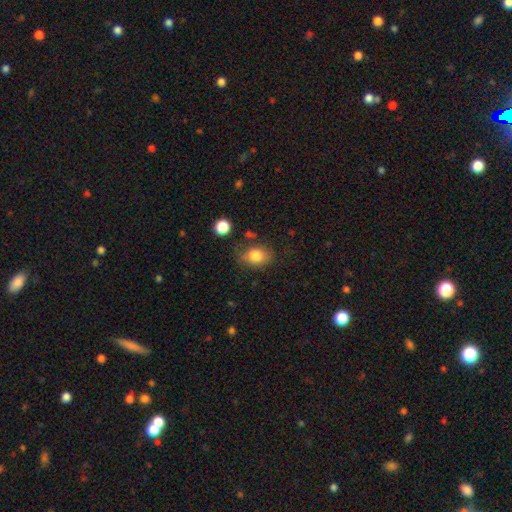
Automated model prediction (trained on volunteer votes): Smooth or featured? Predicted: smooth (p=0.81). How rounded? Predicted: in between (p=0.60). Merging? Predicted: none (p=0.65).